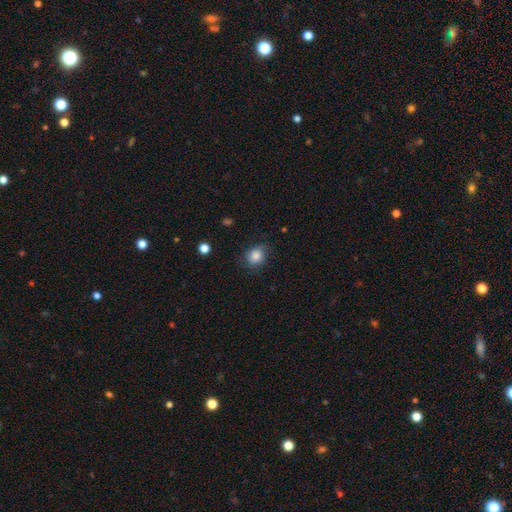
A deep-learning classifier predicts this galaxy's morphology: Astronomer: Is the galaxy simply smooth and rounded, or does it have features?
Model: smooth — 81%.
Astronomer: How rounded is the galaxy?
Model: round — 65%.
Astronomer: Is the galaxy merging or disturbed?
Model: none — 72%.